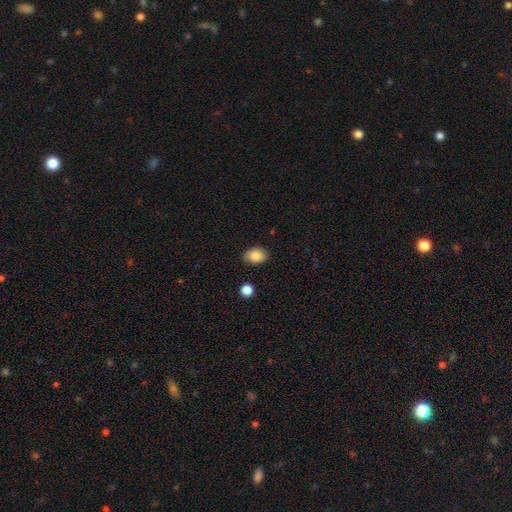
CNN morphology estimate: type=smooth (82%); roundness=in between (75%); merging=none (84%).